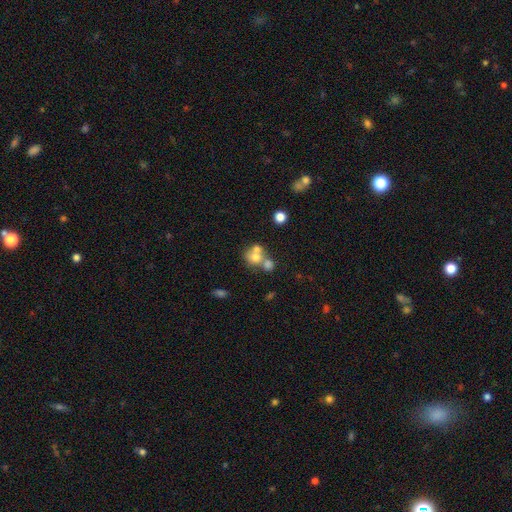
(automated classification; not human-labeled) Smooth or featured?
  - smooth: 66% *
  - featured or disk: 21%
  - star or artifact: 13%
How rounded?
  - round: 74% *
  - in between: 25%
  - cigar-shaped: 1%
Merging?
  - merger: 55% *
  - none: 33%
  - minor disturbance: 8%
  - major disturbance: 4%